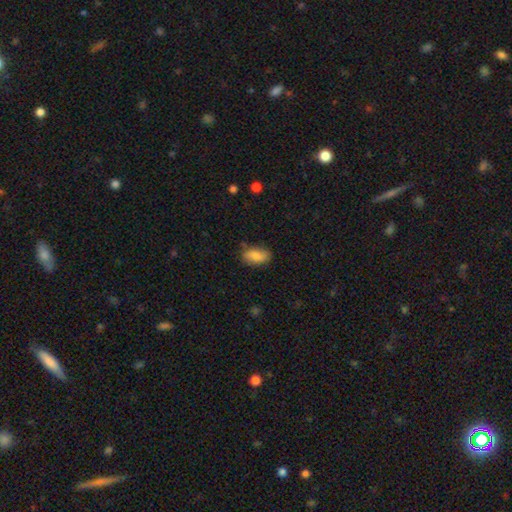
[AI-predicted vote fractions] This is clearly a smooth galaxy (81%). How rounded: clearly in between (91%). Merging: likely none (72%).